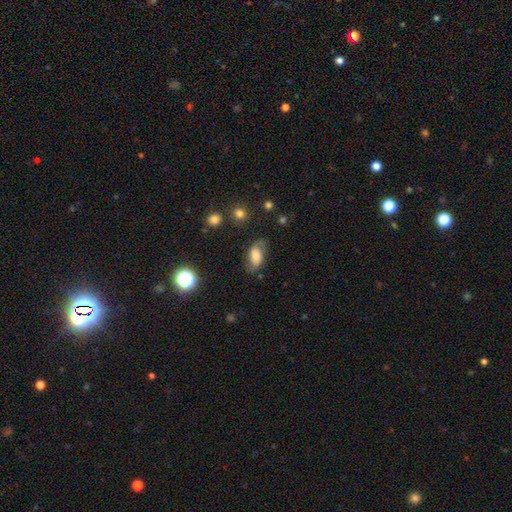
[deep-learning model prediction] smooth_or_featured: smooth (p=0.54) [alt: featured or disk p=0.36]
how_rounded: in between (p=0.89) [alt: round p=0.07]
merging: none (p=0.66) [alt: minor disturbance p=0.22]